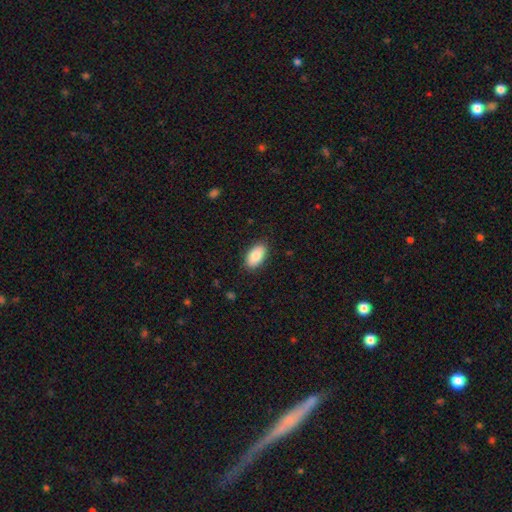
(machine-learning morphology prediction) Smooth or featured? Predicted: smooth (p=0.88). How rounded? Predicted: in between (p=0.94). Merging? Predicted: none (p=0.86).